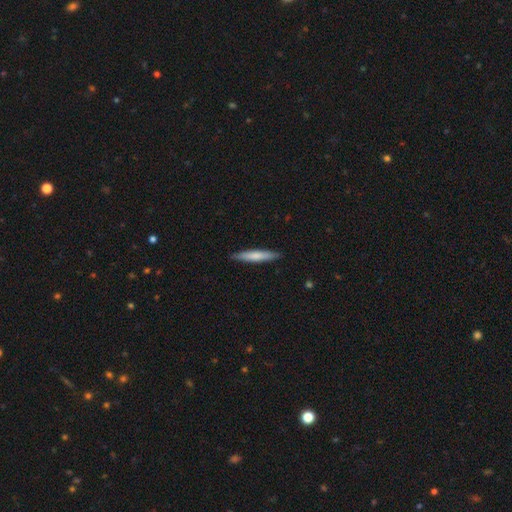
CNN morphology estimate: Smooth or featured?
  - smooth: 70% *
  - featured or disk: 25%
  - star or artifact: 5%
How rounded?
  - cigar-shaped: 92% *
  - in between: 7%
  - round: 1%
Merging?
  - none: 89% *
  - minor disturbance: 8%
  - major disturbance: 1%
  - merger: 1%